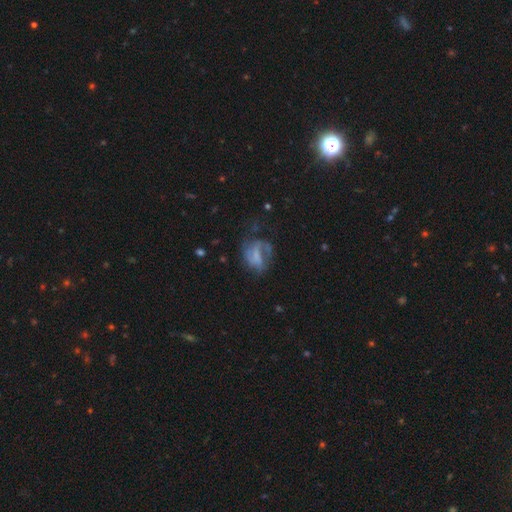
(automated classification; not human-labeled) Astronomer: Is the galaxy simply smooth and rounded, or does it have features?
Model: featured or disk — 58%.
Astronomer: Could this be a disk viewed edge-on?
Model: no — 97%.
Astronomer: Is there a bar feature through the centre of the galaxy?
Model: no — 40%, tied with weak at 40%.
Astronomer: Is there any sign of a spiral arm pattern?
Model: yes — 68%.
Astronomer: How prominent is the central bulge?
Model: none — 56%.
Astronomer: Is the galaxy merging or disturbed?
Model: none — 38% (runner-up: major disturbance, 36%).